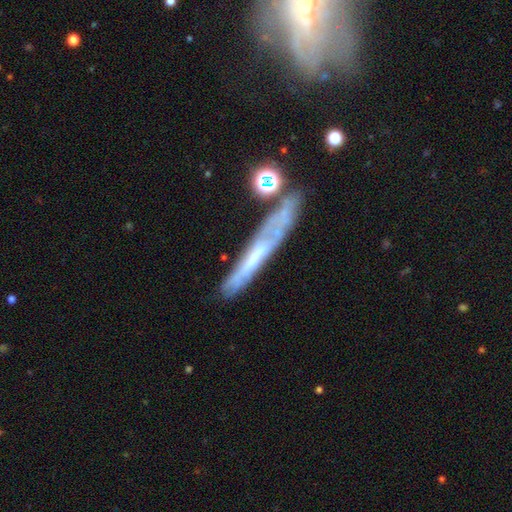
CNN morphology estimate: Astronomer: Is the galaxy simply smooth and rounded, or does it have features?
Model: featured or disk — 58%.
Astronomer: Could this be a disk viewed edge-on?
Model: yes — 71%.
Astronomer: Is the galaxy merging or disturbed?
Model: none — 56%.